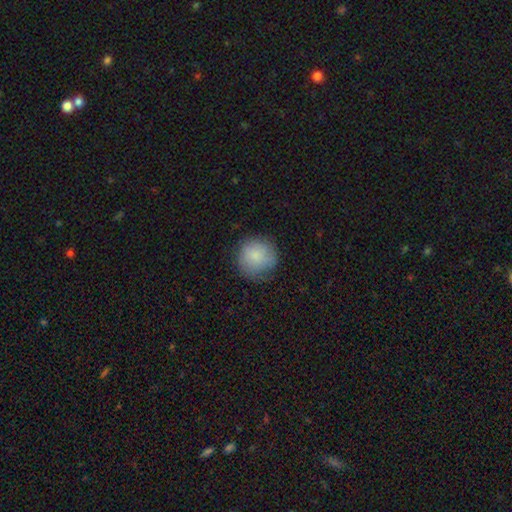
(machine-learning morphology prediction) Q: Smooth or featured?
A: smooth (81%); runner-up: featured or disk (11%)
Q: How rounded?
A: round (93%); runner-up: in between (6%)
Q: Merging?
A: none (75%); runner-up: minor disturbance (19%)